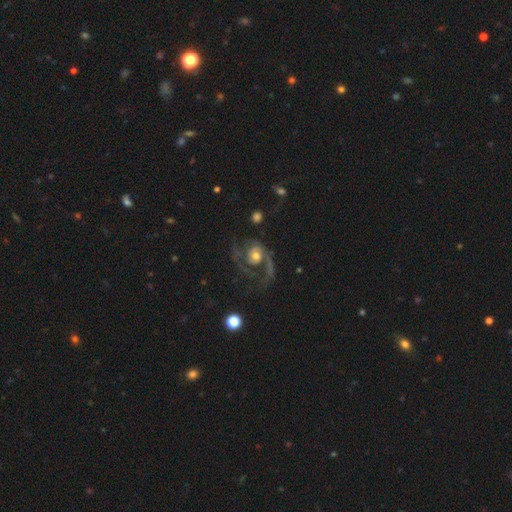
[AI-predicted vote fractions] Overall: featured or disk (76%). Edge-on disk: no (97%). Bar: no (76%). Spiral arms: yes (82%). Spiral arm count: 2 (43%; 1 36%). Spiral winding: medium (43%; loose 35%). Bulge size: moderate (62%). Merging: major disturbance (44%; none 37%).